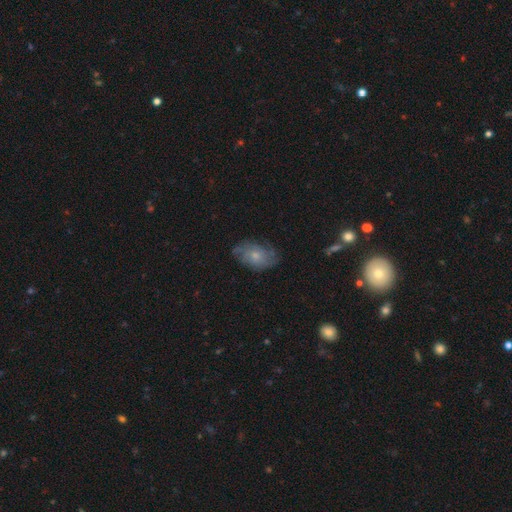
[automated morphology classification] This appears to be a smooth galaxy with no disk features (46%, tied with featured or disk). Merging: none (66%).